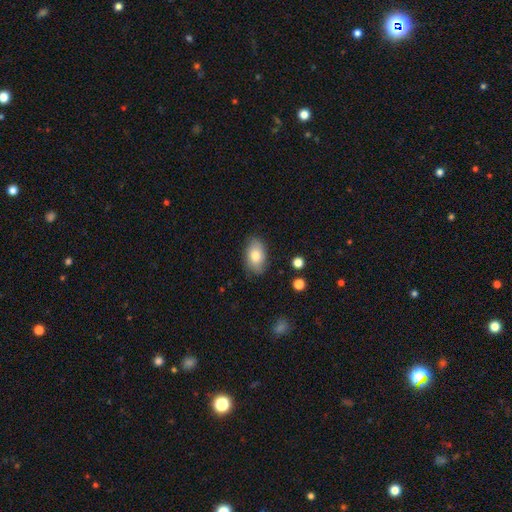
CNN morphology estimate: Smooth or featured? smooth (79%)
How rounded? in between (90%)
Merging? none (81%)